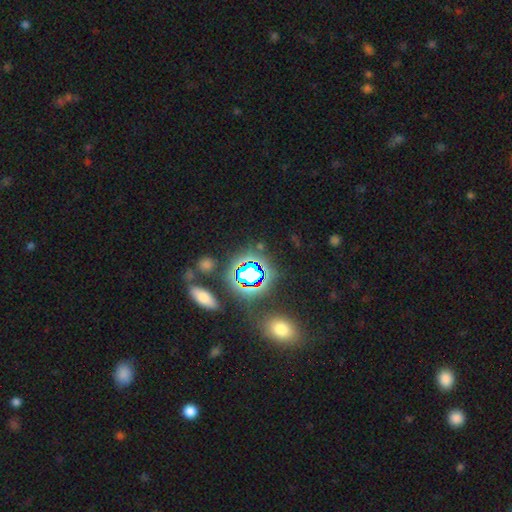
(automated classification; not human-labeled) smooth-or-featured: star or artifact: 63% | smooth: 24% | featured or disk: 13%